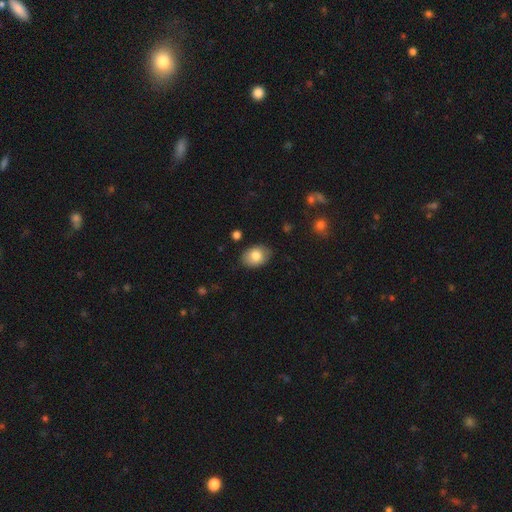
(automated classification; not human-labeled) The model was most divided on "how rounded": in between: 80%, round: 19%, cigar-shaped: 1%. More confident: merging — none (84%); smooth or featured — smooth (81%).